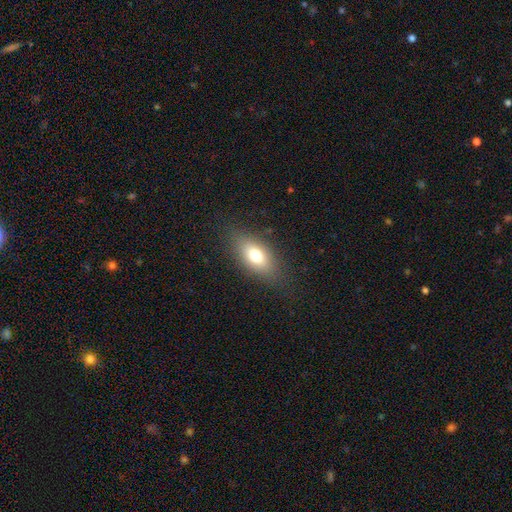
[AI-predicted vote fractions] Smooth or featured? Predicted: smooth (p=0.72). How rounded? Predicted: in between (p=0.83). Merging? Predicted: none (p=0.82).